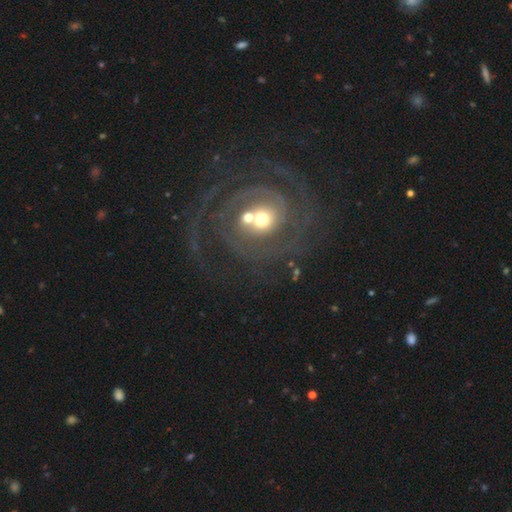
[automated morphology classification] Q: Smooth or featured?
A: featured or disk (85%); runner-up: star or artifact (9%)
Q: Edge-on disk?
A: no (97%); runner-up: yes (3%)
Q: Bar?
A: weak (38%); runner-up: no (36%)
Q: Spiral arms?
A: yes (95%); runner-up: no (5%)
Q: Spiral winding?
A: tight (68%); runner-up: medium (26%)
Q: Spiral arm count?
A: 2 (38%); runner-up: can't tell (20%)
Q: Bulge size?
A: moderate (56%); runner-up: small (30%)
Q: Merging?
A: none (77%); runner-up: minor disturbance (12%)